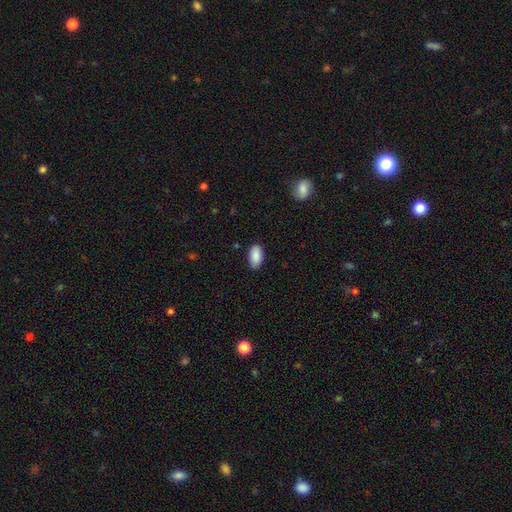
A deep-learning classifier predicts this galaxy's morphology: smooth_or_featured: smooth (p=0.89) [alt: star or artifact p=0.06]
how_rounded: in between (p=0.95) [alt: round p=0.03]
merging: none (p=0.85) [alt: minor disturbance p=0.12]